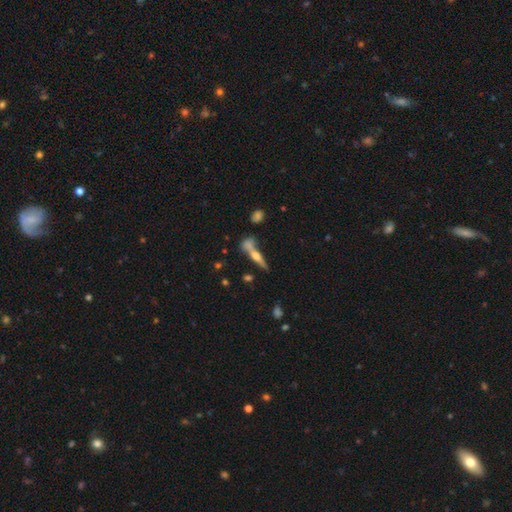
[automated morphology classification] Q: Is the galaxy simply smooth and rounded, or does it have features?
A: featured or disk — 57%.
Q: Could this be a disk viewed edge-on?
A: yes — 93%.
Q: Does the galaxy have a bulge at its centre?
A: rounded — 90%.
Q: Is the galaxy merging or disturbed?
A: none — 59%.